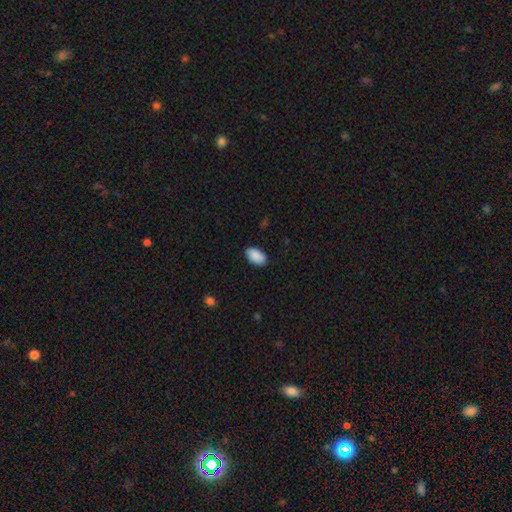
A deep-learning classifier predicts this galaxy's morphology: Overall: smooth (90%). How rounded: in between (94%). Merging: none (87%).